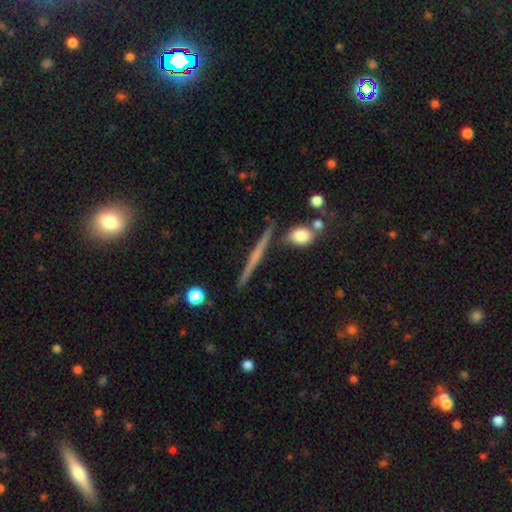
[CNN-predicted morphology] A featured or disk galaxy (65%) viewed edge-on (97%) with no central bulge (59%). Merging: none (87%).